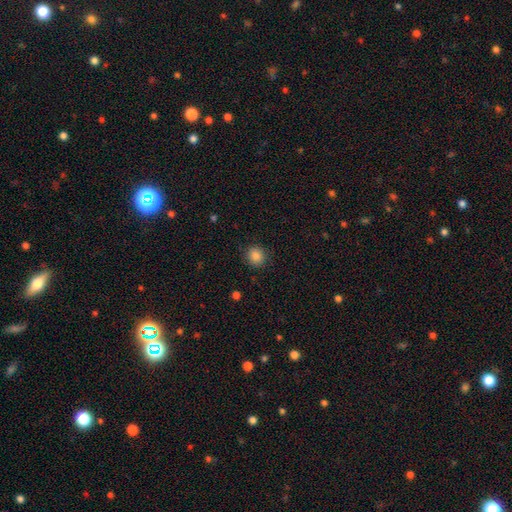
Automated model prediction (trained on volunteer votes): Smooth or featured? Predicted: smooth (p=0.86). How rounded? Predicted: round (p=0.84). Merging? Predicted: none (p=0.89).